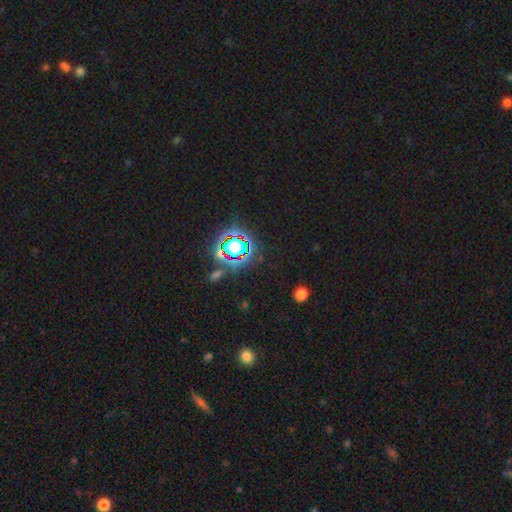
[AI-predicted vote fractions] smooth_or_featured: star or artifact (p=0.80) [alt: smooth p=0.13]